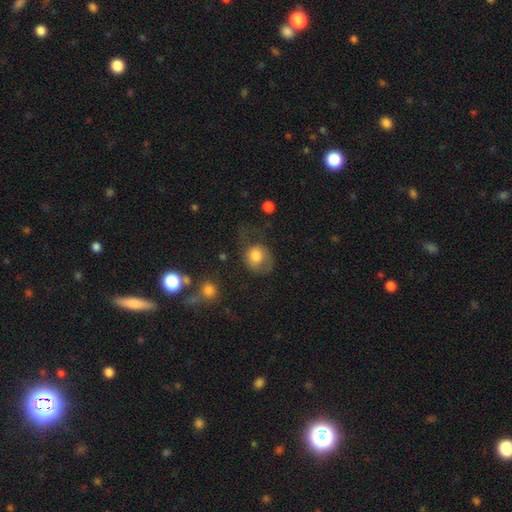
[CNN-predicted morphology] A smooth galaxy with no disk features (73%) that is round (61%). Merging: none (36%).